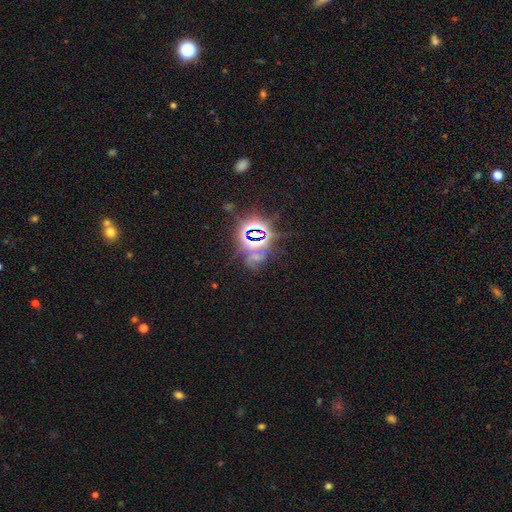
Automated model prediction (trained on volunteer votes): The model was most divided on "smooth or featured": star or artifact: 74%, smooth: 14%, featured or disk: 12%.